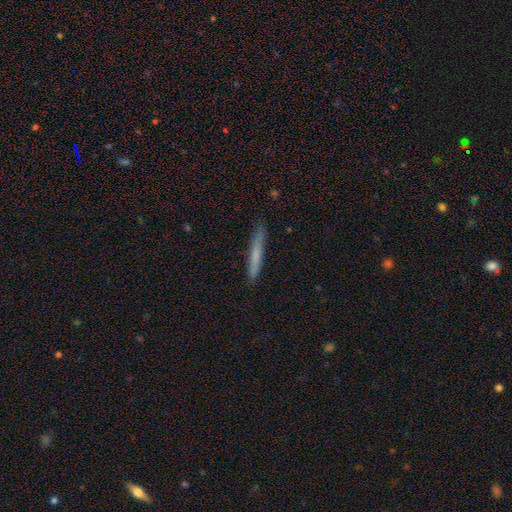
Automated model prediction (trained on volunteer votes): smooth 66%, featured or disk 27%, star or artifact 6%. Down the decision tree: how rounded — cigar-shaped (96%); merging — none (88%).